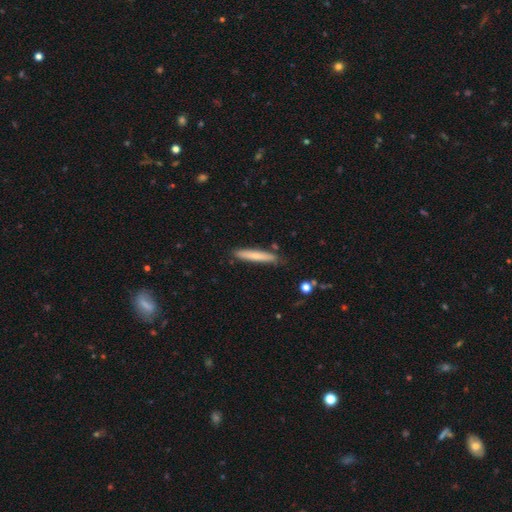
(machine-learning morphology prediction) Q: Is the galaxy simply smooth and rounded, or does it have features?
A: smooth — 70%.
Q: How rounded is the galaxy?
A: cigar-shaped — 94%.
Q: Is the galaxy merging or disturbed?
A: none — 86%.